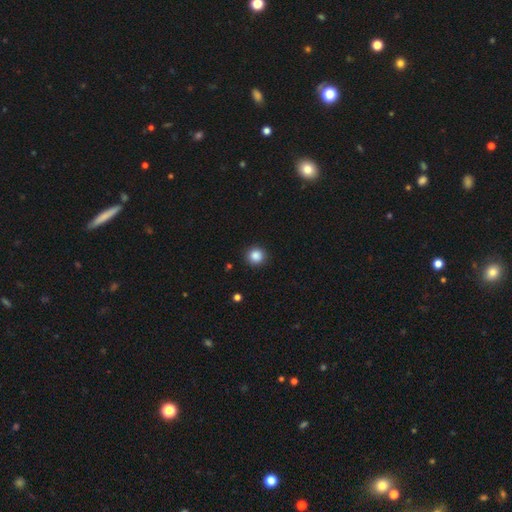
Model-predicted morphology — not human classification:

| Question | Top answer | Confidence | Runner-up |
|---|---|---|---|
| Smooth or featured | smooth | 86% | star or artifact (11%) |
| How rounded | round | 93% | in between (6%) |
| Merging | none | 91% | minor disturbance (6%) |